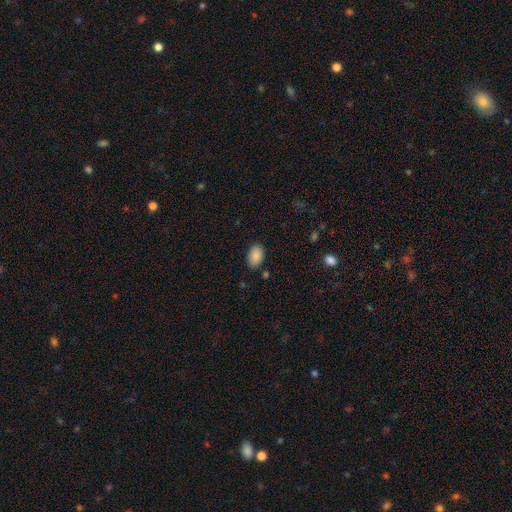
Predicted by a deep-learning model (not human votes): Smooth or featured?
  - smooth: 88% *
  - star or artifact: 7%
  - featured or disk: 4%
How rounded?
  - in between: 90% *
  - round: 9%
  - cigar-shaped: 1%
Merging?
  - none: 84% *
  - minor disturbance: 11%
  - major disturbance: 3%
  - merger: 2%